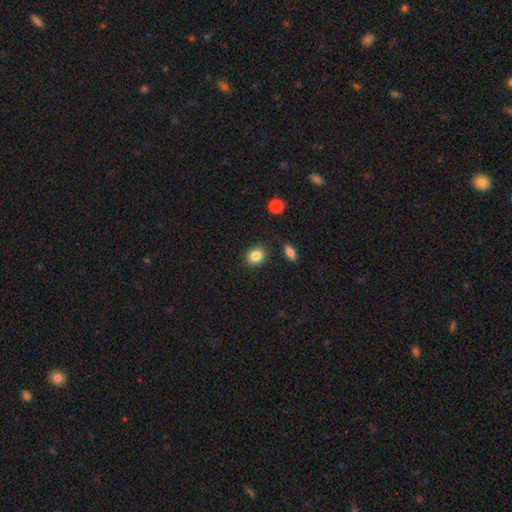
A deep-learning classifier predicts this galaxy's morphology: A smooth galaxy with no disk features (86%) that is round (53%).

Vote fractions:
- Smooth or featured? smooth: 86% / star or artifact: 9% / featured or disk: 5%
- How rounded? round: 53% / in between: 45% / cigar-shaped: 1%
- Merging? none: 85% / minor disturbance: 9% / merger: 3% / major disturbance: 3%